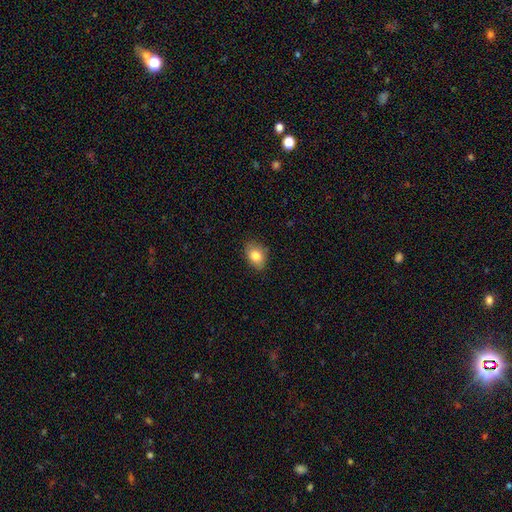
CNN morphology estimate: Smooth or featured?
  - smooth: 81% *
  - featured or disk: 10%
  - star or artifact: 8%
How rounded?
  - in between: 80% *
  - round: 19%
  - cigar-shaped: 1%
Merging?
  - none: 82% *
  - minor disturbance: 14%
  - major disturbance: 3%
  - merger: 1%